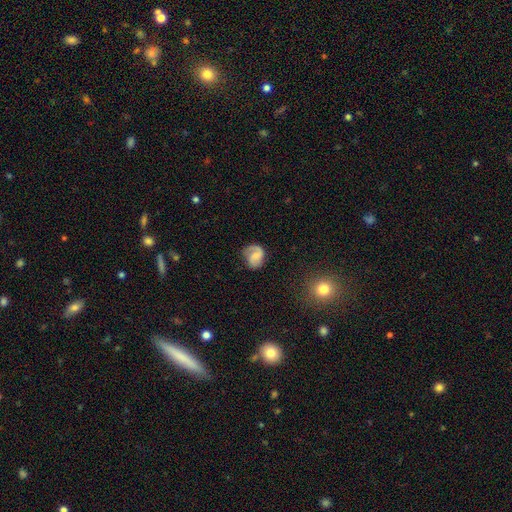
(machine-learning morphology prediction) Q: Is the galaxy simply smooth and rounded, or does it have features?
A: featured or disk — 65%.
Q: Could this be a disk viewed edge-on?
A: no — 98%.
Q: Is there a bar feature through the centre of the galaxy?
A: weak — 45%.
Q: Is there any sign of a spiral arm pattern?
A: yes — 93%.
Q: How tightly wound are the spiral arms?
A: medium — 45%.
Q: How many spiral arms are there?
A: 2 — 61%.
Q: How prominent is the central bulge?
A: small — 44%.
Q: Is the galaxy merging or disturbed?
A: none — 64%.